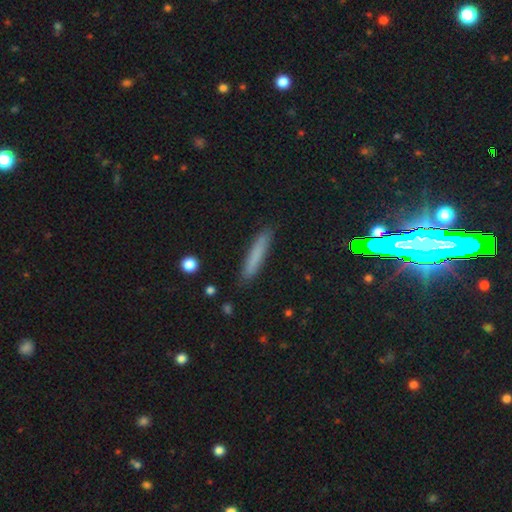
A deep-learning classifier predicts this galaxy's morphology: type=smooth (74%); roundness=cigar-shaped (91%); merging=none (87%).